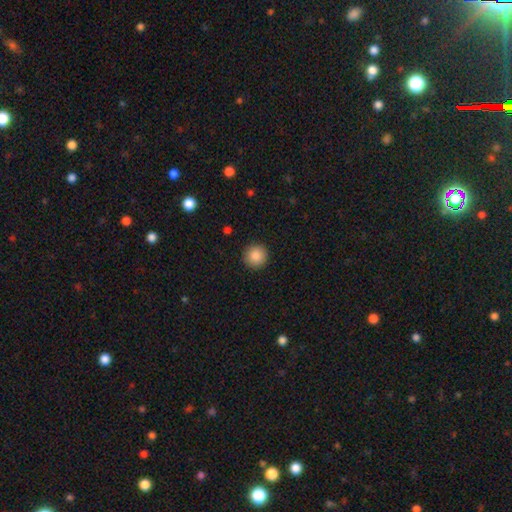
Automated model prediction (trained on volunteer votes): Smooth or featured? smooth (87%)
How rounded? round (95%)
Merging? none (92%)